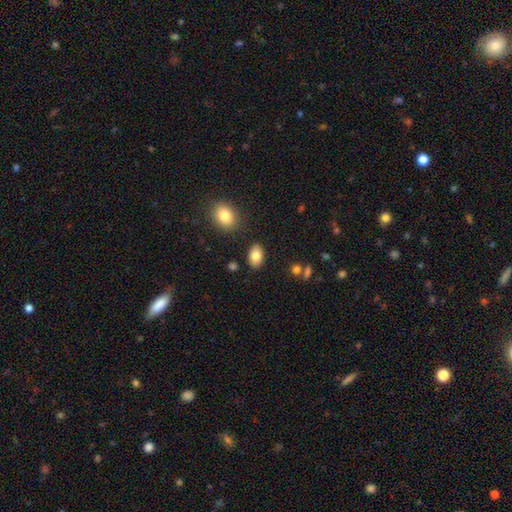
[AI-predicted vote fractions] This is clearly a smooth galaxy (82%). How rounded: clearly in between (89%). Merging: clearly none (85%).